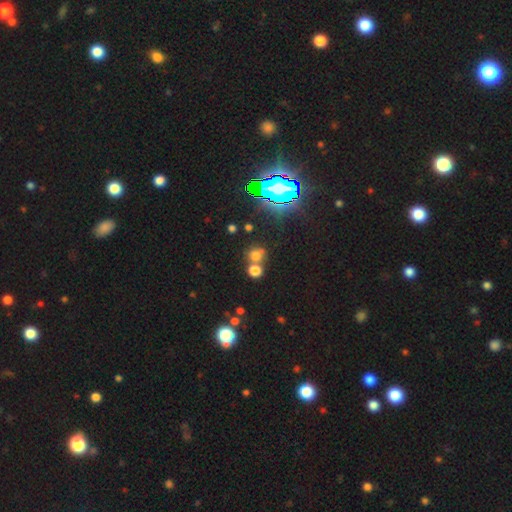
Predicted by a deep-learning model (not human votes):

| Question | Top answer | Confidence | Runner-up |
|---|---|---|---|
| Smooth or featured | smooth | 58% | star or artifact (33%) |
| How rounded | round | 81% | in between (17%) |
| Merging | none | 56% | merger (32%) |